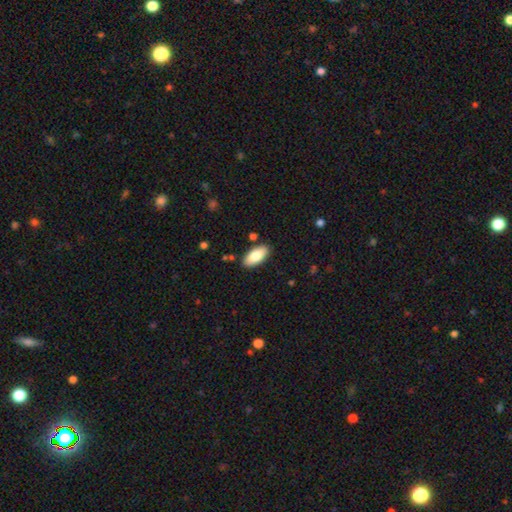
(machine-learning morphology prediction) This appears to be a smooth galaxy with no disk features (80%) that is in between round and cigar-shaped (90%). Merging: none (87%).